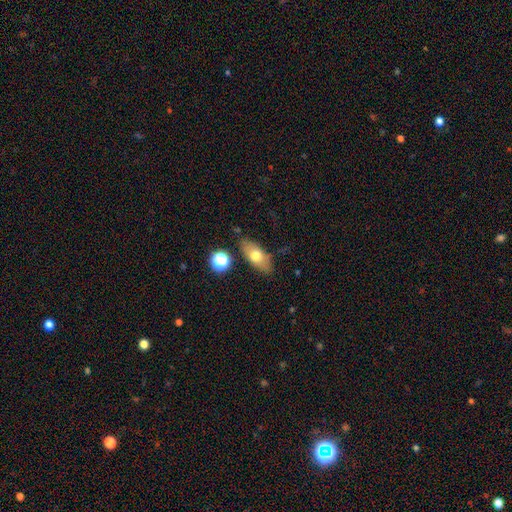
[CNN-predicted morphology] smooth_or_featured: smooth (p=0.66) [alt: featured or disk p=0.26]
how_rounded: in between (p=0.80) [alt: cigar-shaped p=0.13]
merging: none (p=0.79) [alt: minor disturbance p=0.14]